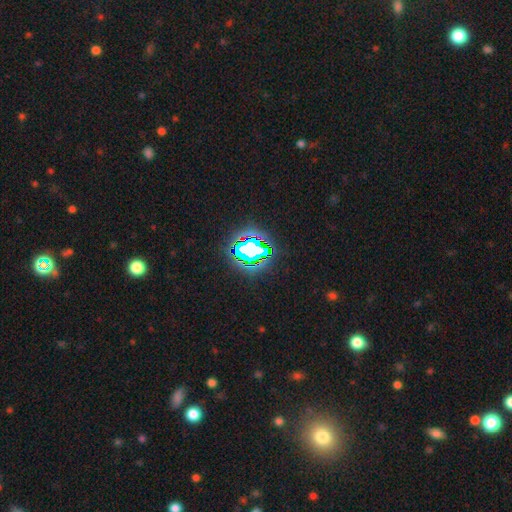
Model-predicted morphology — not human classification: This is likely a star or artifact rather than a galaxy (71%).